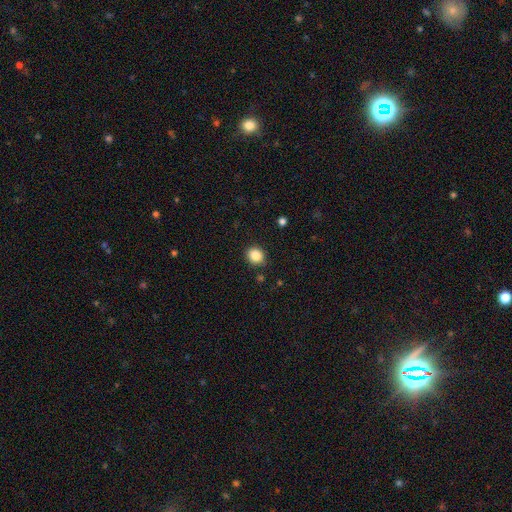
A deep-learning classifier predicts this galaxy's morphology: This is clearly a smooth galaxy (86%). How rounded: likely round (71%). Merging: clearly none (88%).